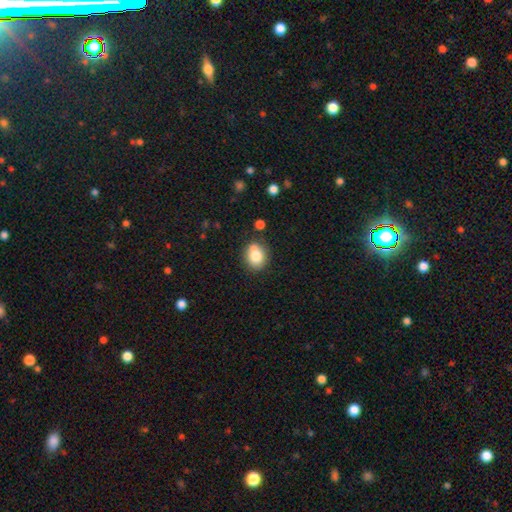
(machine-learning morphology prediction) Overall: smooth (78%). How rounded: round (67%; in between 32%). Merging: none (63%).